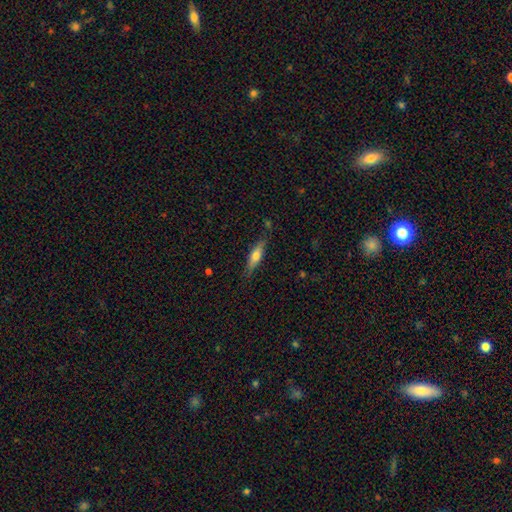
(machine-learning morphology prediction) Overall: smooth (60%; featured or disk 33%). How rounded: cigar-shaped (60%; in between 38%). Merging: none (79%).